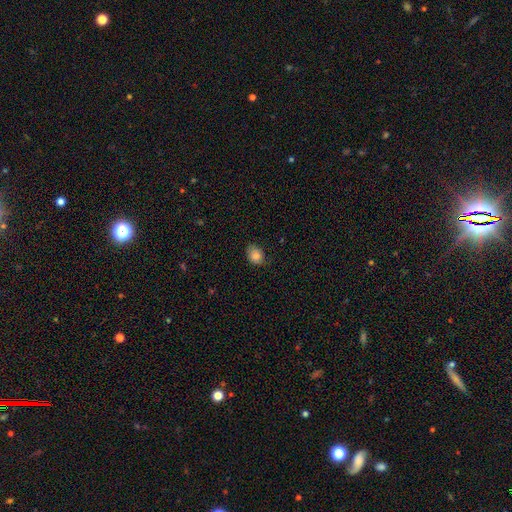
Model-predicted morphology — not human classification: This is clearly a smooth galaxy (83%). How rounded: possibly round (52%). Merging: likely none (71%).